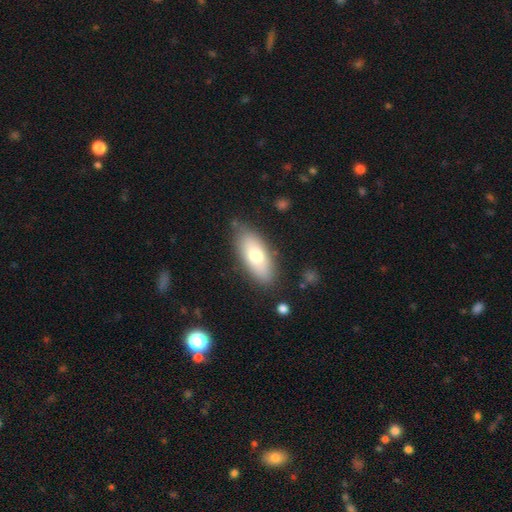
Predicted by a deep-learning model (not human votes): The model was most divided on "smooth or featured": smooth: 70%, featured or disk: 23%, star or artifact: 7%. More confident: how rounded — in between (82%); merging — none (82%).